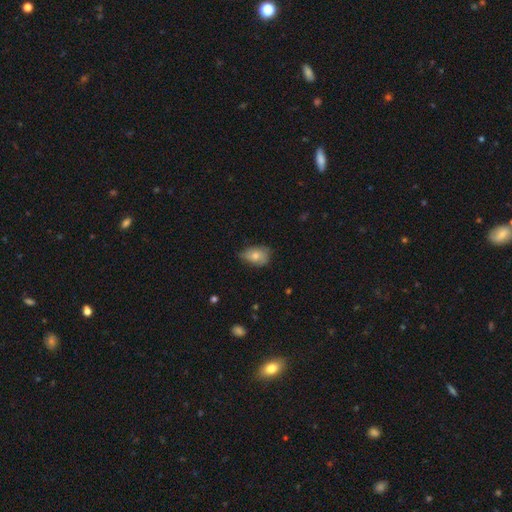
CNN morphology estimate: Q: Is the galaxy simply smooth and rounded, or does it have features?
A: smooth — 71%.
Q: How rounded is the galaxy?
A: in between — 80%.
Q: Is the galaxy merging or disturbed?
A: none — 54%.